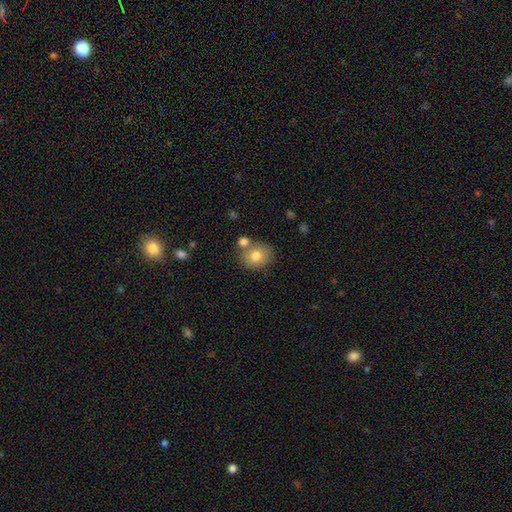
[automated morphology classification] type=smooth (78%); roundness=round (70%); merging=none (64%).